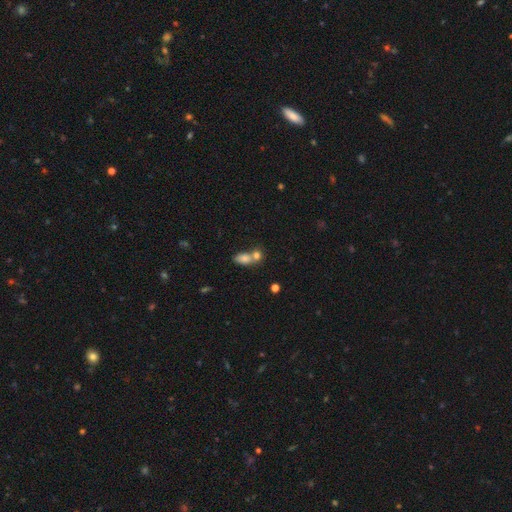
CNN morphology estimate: Smooth or featured? smooth (77%)
How rounded? in between (66%)
Merging? merger (53%)